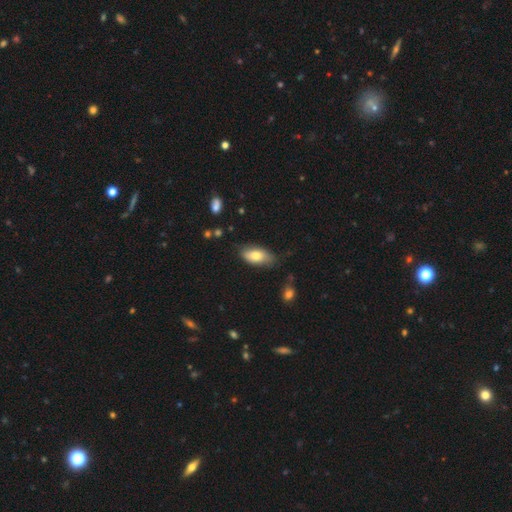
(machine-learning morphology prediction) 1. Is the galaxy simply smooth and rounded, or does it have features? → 75% smooth, 18% featured or disk, 7% star or artifact.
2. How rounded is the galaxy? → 89% in between, 8% cigar-shaped, 3% round.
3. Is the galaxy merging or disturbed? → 70% none, 24% minor disturbance, 4% major disturbance, 2% merger.